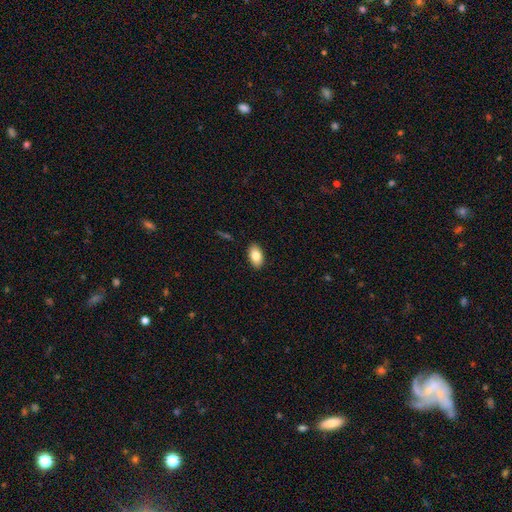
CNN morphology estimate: This is clearly a smooth galaxy (82%). How rounded: clearly in between (93%). Merging: clearly none (89%).